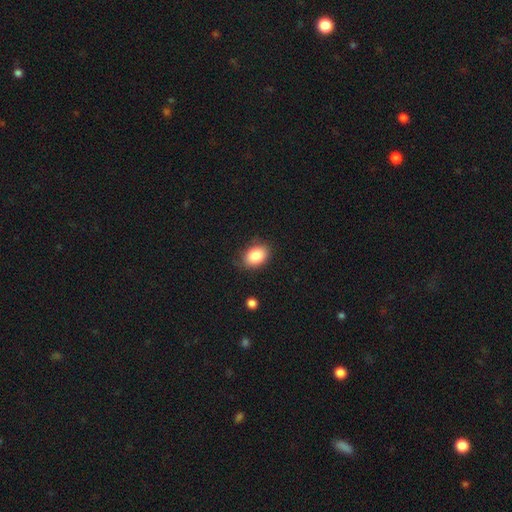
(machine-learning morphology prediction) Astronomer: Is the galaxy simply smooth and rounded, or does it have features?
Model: smooth — 84%.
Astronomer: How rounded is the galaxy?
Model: in between — 77%.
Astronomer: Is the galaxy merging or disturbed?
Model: none — 76%.